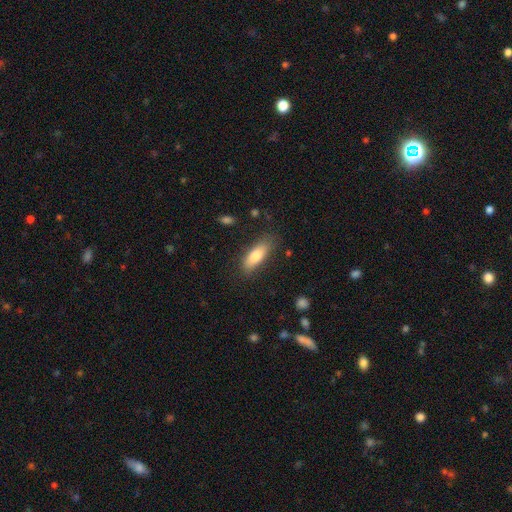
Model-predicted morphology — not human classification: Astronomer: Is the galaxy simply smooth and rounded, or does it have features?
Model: smooth — 79%.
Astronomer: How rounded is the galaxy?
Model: in between — 62%.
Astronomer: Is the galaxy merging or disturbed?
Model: none — 77%.